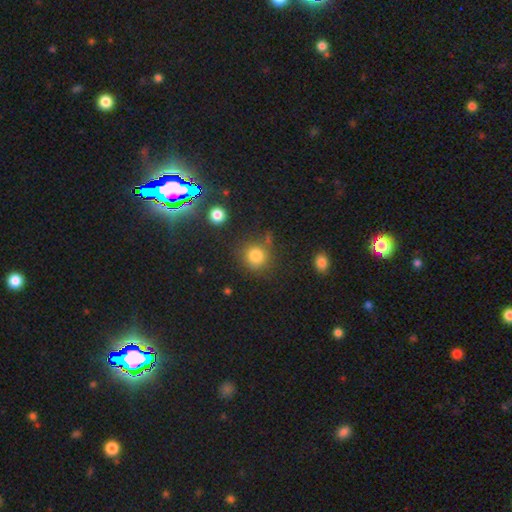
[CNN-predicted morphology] type=smooth (80%); roundness=round (91%); merging=none (74%).